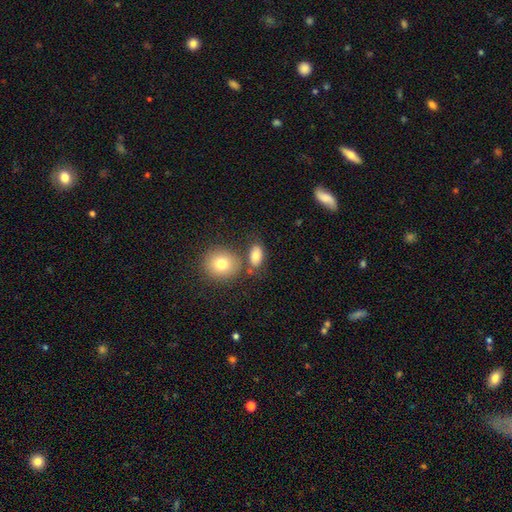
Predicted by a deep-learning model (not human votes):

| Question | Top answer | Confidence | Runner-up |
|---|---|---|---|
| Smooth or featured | smooth | 81% | star or artifact (9%) |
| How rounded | in between | 83% | round (14%) |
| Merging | none | 65% | merger (15%) |